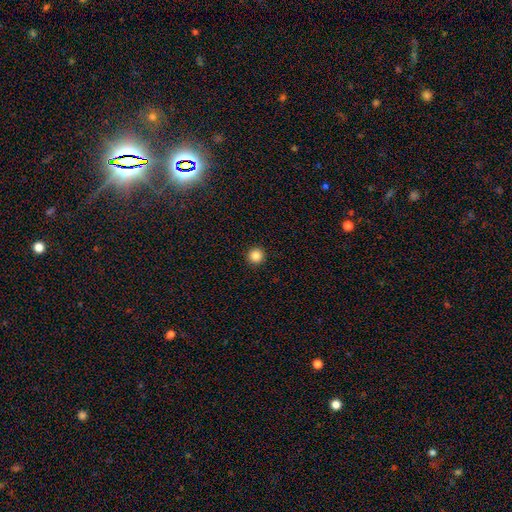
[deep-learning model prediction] smooth 85%, star or artifact 12%, featured or disk 3%. Down the decision tree: how rounded — round (96%); merging — none (94%).